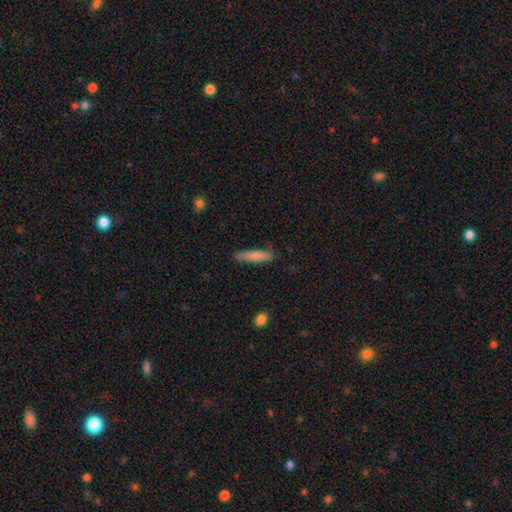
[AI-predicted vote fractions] smooth 80%, featured or disk 14%, star or artifact 6%. Down the decision tree: how rounded — cigar-shaped (87%); merging — none (82%).